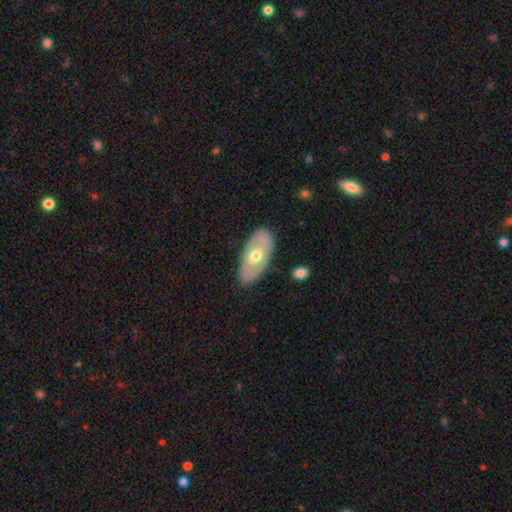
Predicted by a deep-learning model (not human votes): Smooth or featured? featured or disk (54%)
Edge-on disk? no (85%)
Merging? none (82%)